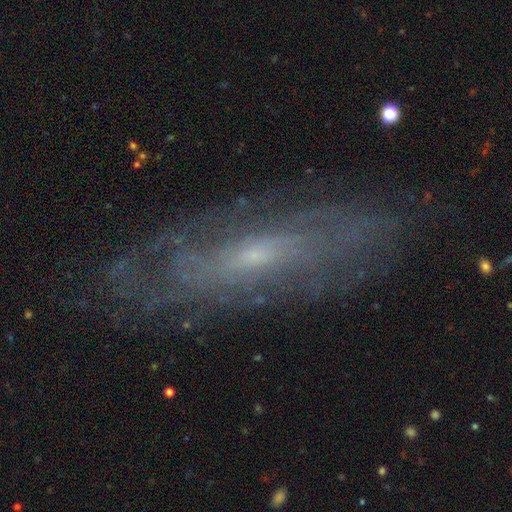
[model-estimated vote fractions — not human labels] A featured or disk galaxy (77%) with no bar (59%), spiral arms (83%) and a small central bulge (72%).

Vote fractions:
- Smooth or featured? featured or disk: 77% / smooth: 14% / star or artifact: 9%
- Edge-on disk? no: 77% / yes: 23%
- Bar? no: 59% / weak: 33% / strong: 9%
- Spiral arms? yes: 83% / no: 17%
- Bulge size? small: 72% / moderate: 22% / none: 3% / large: 2% / dominant: 1%
- Merging? none: 81% / minor disturbance: 13% / major disturbance: 5% / merger: 1%